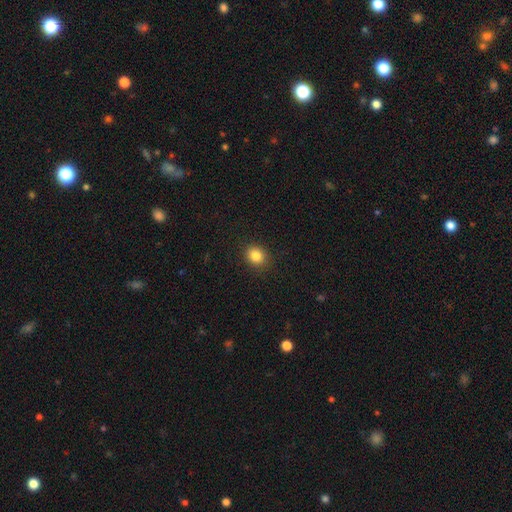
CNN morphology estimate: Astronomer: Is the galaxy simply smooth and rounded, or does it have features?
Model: smooth — 84%.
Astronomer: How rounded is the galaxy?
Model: round — 64%.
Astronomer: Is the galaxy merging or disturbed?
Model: none — 89%.